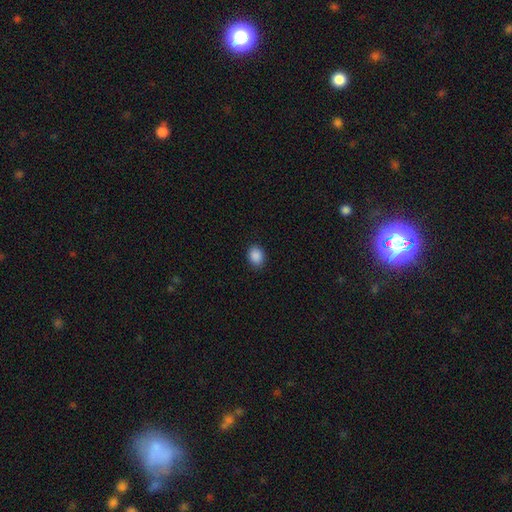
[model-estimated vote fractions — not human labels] Smooth or featured?
  - smooth: 89% *
  - star or artifact: 8%
  - featured or disk: 2%
How rounded?
  - in between: 51% *
  - round: 48%
  - cigar-shaped: 1%
Merging?
  - none: 89% *
  - minor disturbance: 8%
  - major disturbance: 2%
  - merger: 1%